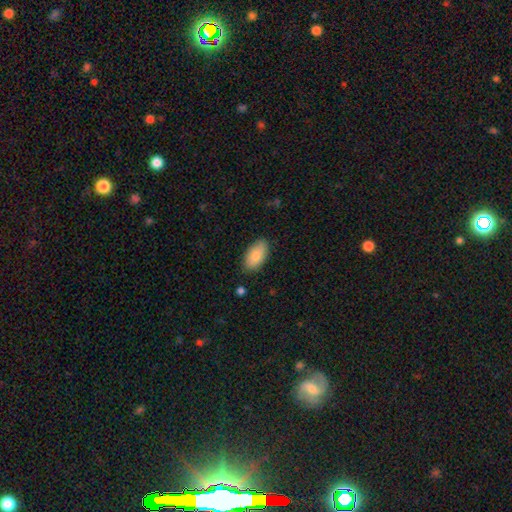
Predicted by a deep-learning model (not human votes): The model was most divided on "merging": none: 82%, minor disturbance: 14%, major disturbance: 3%, merger: 1%. More confident: how rounded — in between (94%); smooth or featured — smooth (86%).